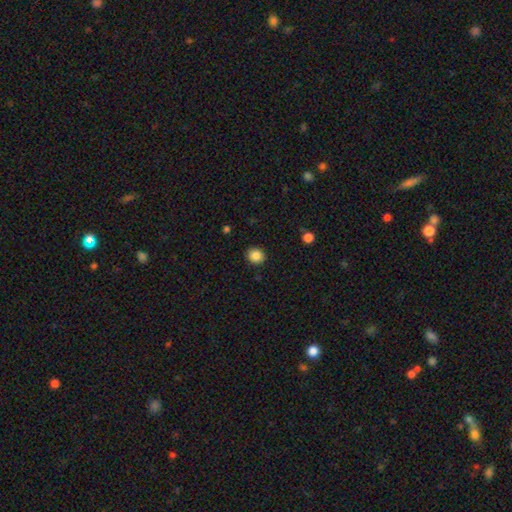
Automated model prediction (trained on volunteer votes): Smooth or featured? smooth (87%)
How rounded? round (76%)
Merging? none (90%)